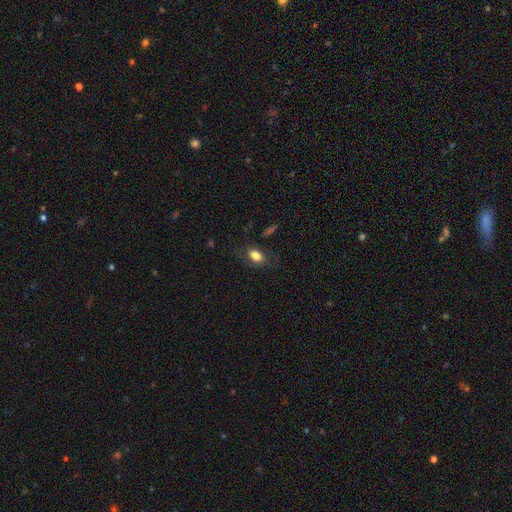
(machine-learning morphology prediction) smooth-or-featured: smooth: 81% | featured or disk: 10% | star or artifact: 9%
  how-rounded: in between: 80% | round: 18% | cigar-shaped: 2%
  merging: none: 75% | minor disturbance: 17% | major disturbance: 7% | merger: 2%